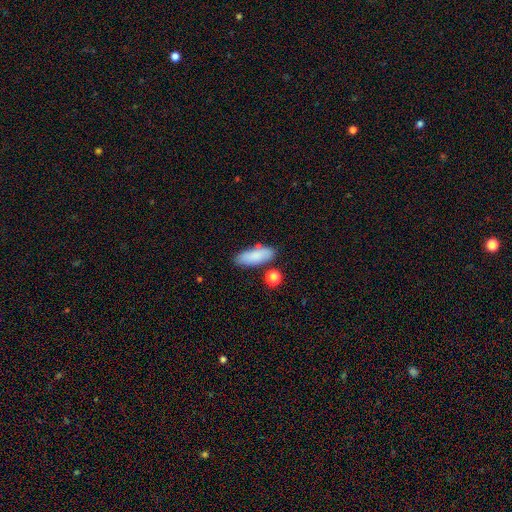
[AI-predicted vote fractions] This is clearly a smooth galaxy (84%). How rounded: likely in between (71%). Merging: likely none (74%).